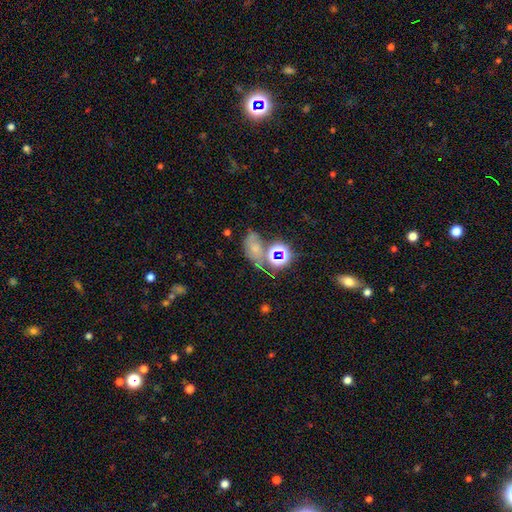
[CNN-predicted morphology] Smooth or featured? star or artifact (44%)